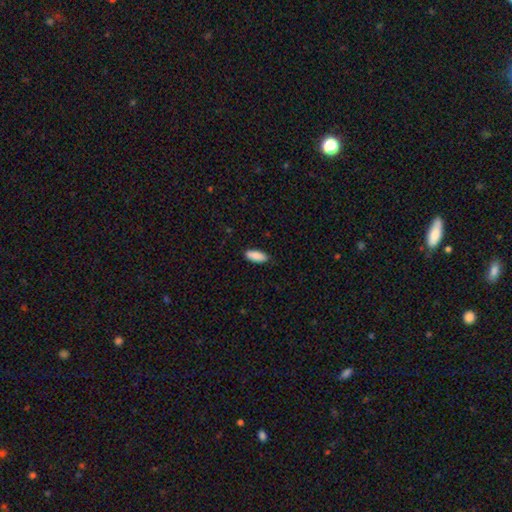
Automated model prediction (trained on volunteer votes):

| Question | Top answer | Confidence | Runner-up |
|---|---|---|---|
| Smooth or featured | smooth | 90% | star or artifact (6%) |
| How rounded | in between | 82% | cigar-shaped (17%) |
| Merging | none | 86% | minor disturbance (11%) |